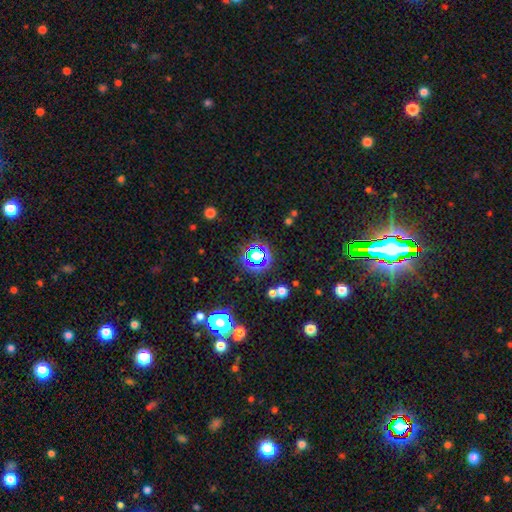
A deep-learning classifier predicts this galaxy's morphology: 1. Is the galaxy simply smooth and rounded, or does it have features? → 58% star or artifact, 31% smooth, 11% featured or disk.